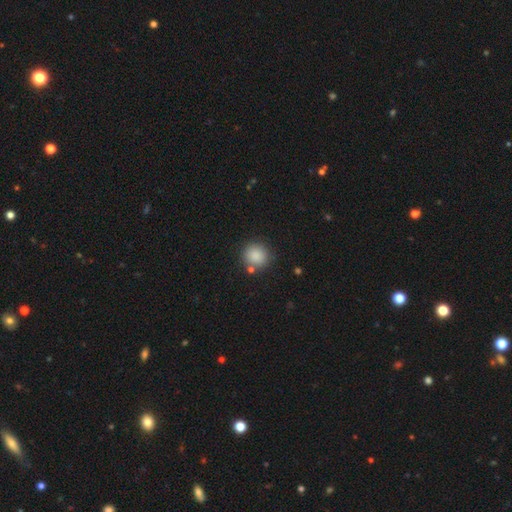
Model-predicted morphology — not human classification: Overall: smooth (87%). How rounded: round (88%). Merging: none (82%).